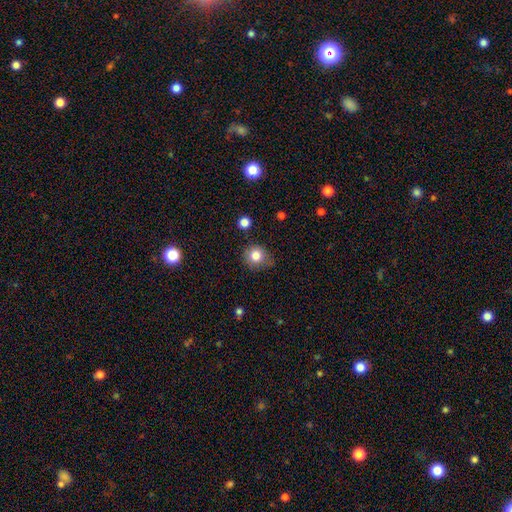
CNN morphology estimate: This is clearly a smooth galaxy (82%). How rounded: clearly round (86%). Merging: likely none (74%).